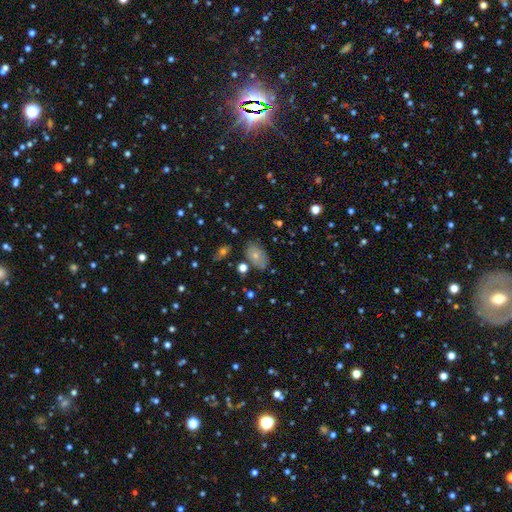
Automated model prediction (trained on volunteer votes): Smooth or featured? Predicted: smooth (p=0.67). How rounded? Predicted: in between (p=0.88). Merging? Predicted: none (p=0.73).